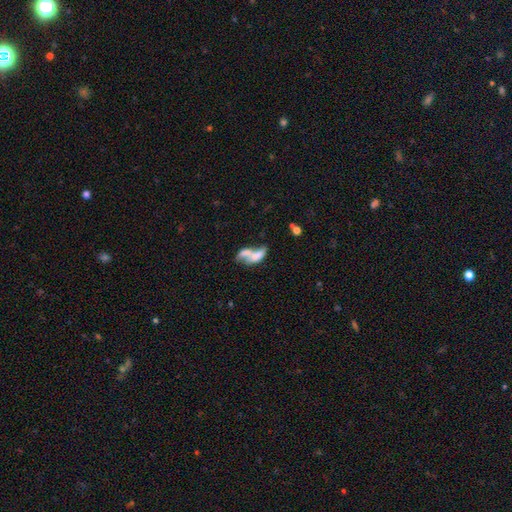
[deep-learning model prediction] Overall: smooth (52%; featured or disk 38%). How rounded: in between (81%). Merging: merger (66%).